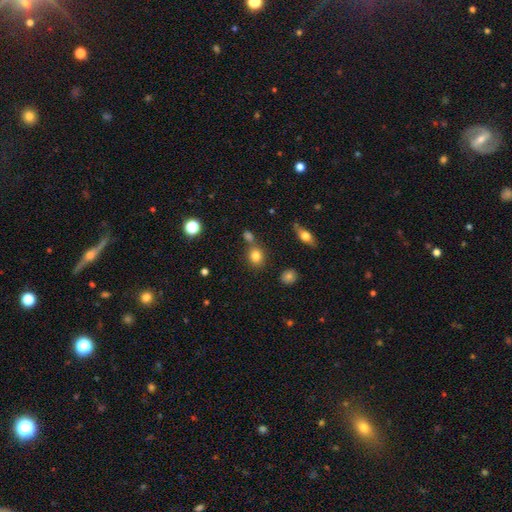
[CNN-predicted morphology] type=smooth (80%); roundness=round (65%); merging=none (68%).